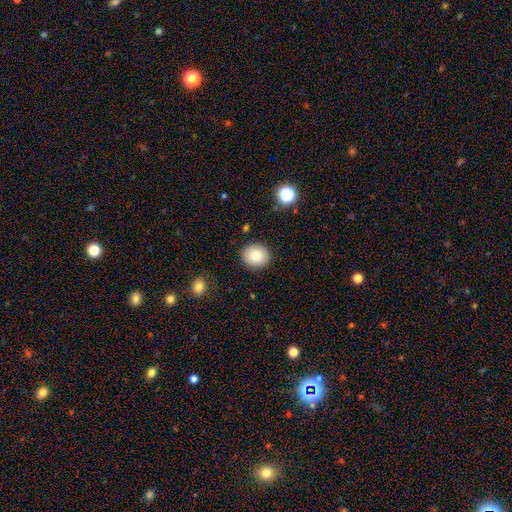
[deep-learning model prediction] This appears to be a smooth galaxy with no disk features (81%) that is round (86%). Merging: none (89%).